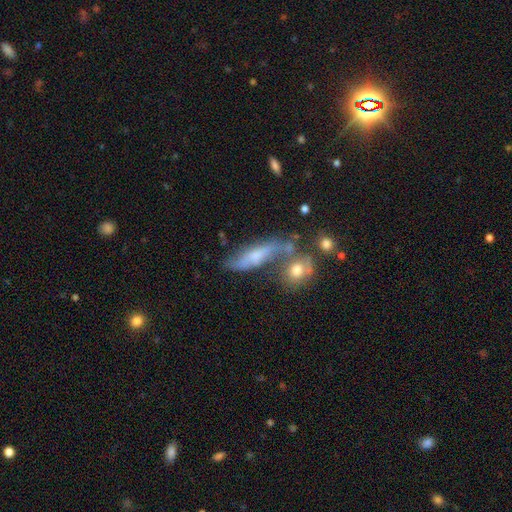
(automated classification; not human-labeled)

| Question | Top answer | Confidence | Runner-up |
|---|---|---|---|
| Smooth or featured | smooth | 45% | featured or disk (44%) |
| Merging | none | 40% | merger (27%) |